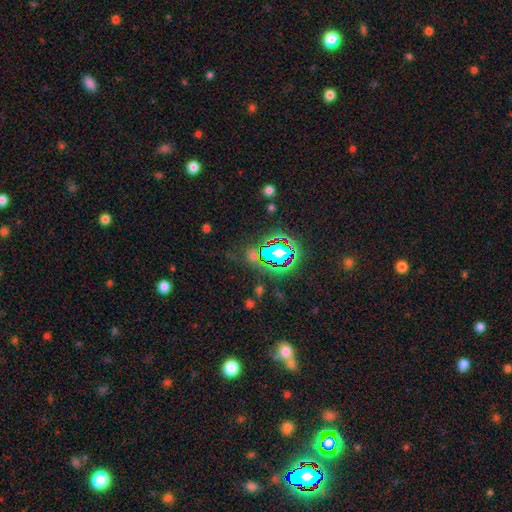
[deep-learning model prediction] Smooth or featured?
  - star or artifact: 70% *
  - smooth: 18%
  - featured or disk: 11%